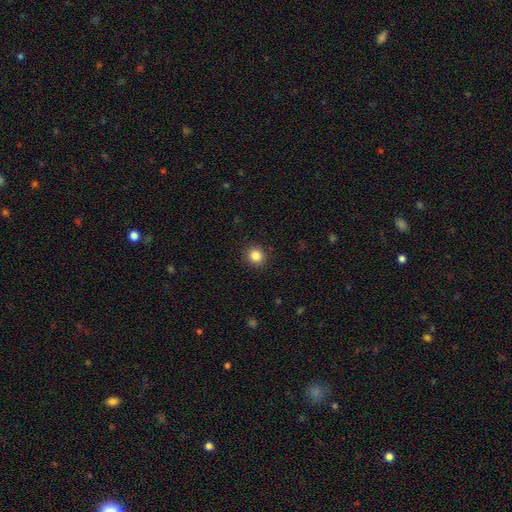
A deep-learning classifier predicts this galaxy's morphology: A smooth galaxy with no disk features (85%) that is round (91%). Merging: none (91%).